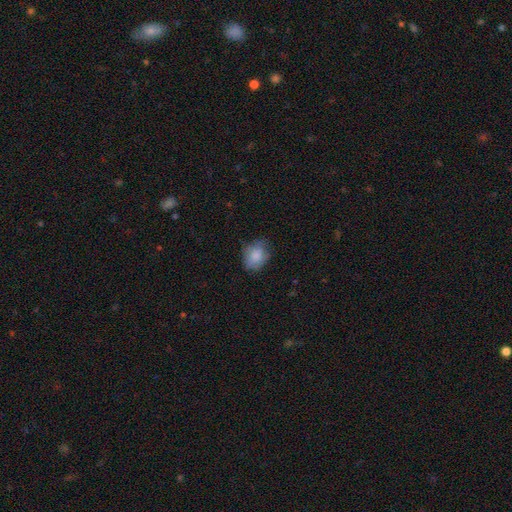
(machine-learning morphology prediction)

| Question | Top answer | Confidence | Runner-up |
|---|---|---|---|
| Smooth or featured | smooth | 84% | featured or disk (9%) |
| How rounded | in between | 59% | round (40%) |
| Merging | none | 63% | minor disturbance (28%) |